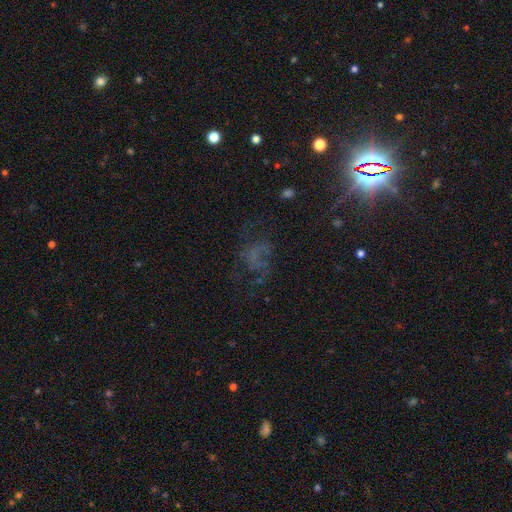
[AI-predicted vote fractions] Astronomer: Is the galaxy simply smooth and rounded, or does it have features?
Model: featured or disk — 39% (runner-up: star or artifact, 34%).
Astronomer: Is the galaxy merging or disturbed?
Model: none — 45% (runner-up: major disturbance, 34%).